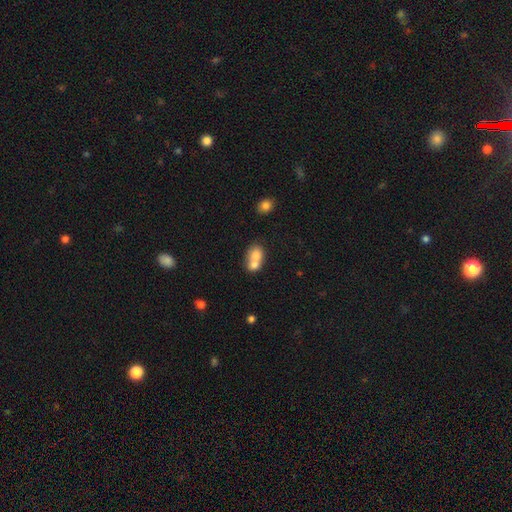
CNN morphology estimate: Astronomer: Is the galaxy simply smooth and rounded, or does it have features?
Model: smooth — 73%.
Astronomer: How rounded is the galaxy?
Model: round — 53% (runner-up: in between, 46%).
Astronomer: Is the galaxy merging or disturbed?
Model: merger — 70%.